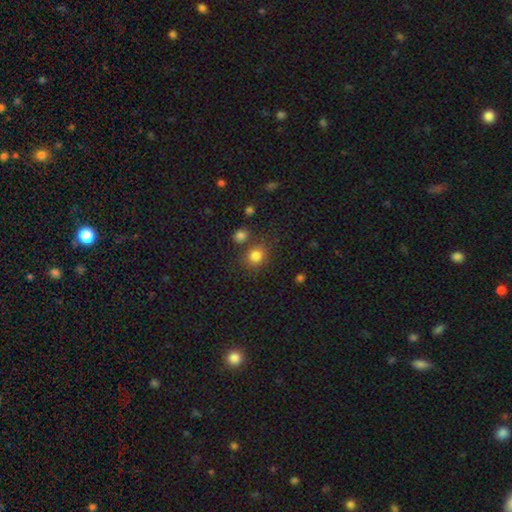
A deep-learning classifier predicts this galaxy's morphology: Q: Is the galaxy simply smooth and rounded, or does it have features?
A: smooth — 82%.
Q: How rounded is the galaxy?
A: round — 77%.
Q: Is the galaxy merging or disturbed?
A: none — 73%.